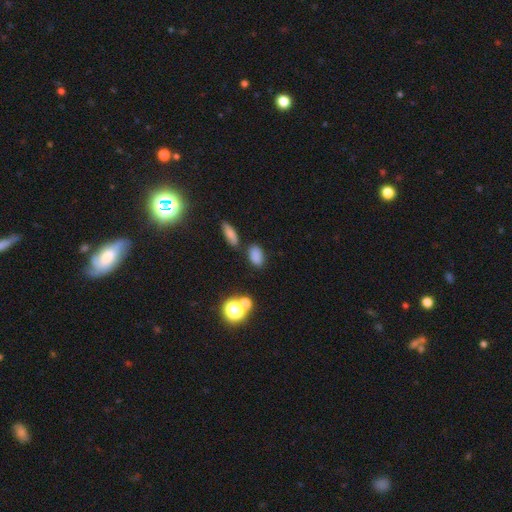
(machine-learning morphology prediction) smooth_or_featured: smooth (p=0.81) [alt: star or artifact p=0.14]
how_rounded: in between (p=0.86) [alt: round p=0.11]
merging: none (p=0.77) [alt: minor disturbance p=0.11]